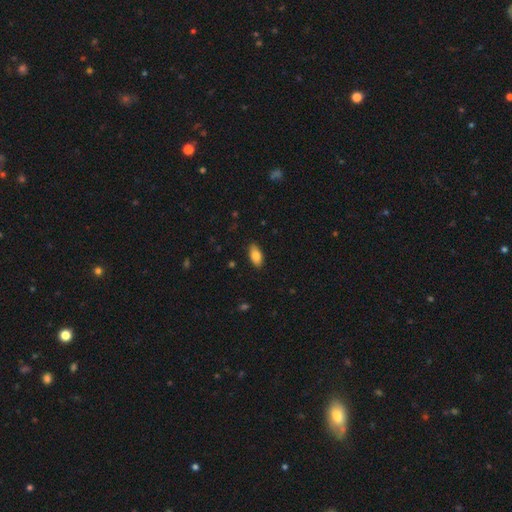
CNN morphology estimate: A smooth galaxy with no disk features (84%) that is in between round and cigar-shaped (92%).

Vote fractions:
- Smooth or featured? smooth: 84% / featured or disk: 9% / star or artifact: 7%
- How rounded? in between: 92% / cigar-shaped: 5% / round: 3%
- Merging? none: 86% / minor disturbance: 11% / major disturbance: 2% / merger: 1%